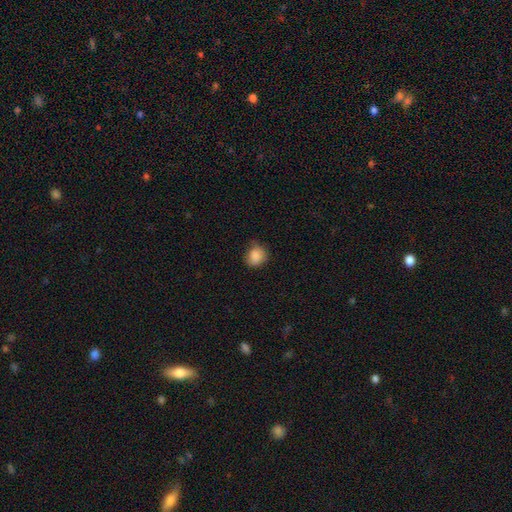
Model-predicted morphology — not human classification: A smooth galaxy with no disk features (87%) that is round (70%). Merging: none (66%).